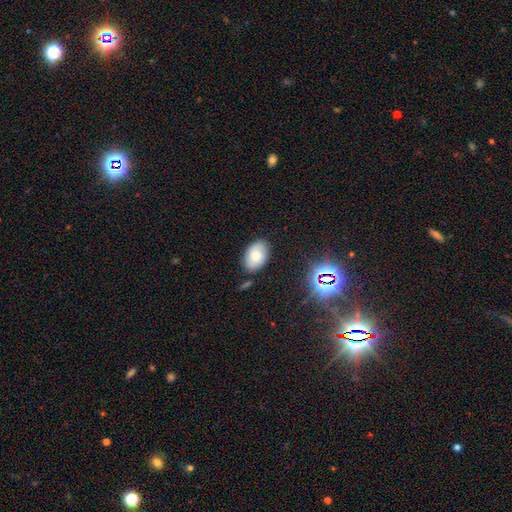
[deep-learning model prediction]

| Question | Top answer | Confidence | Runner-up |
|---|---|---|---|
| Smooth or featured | smooth | 68% | featured or disk (22%) |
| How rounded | in between | 87% | round (11%) |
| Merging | none | 80% | minor disturbance (14%) |